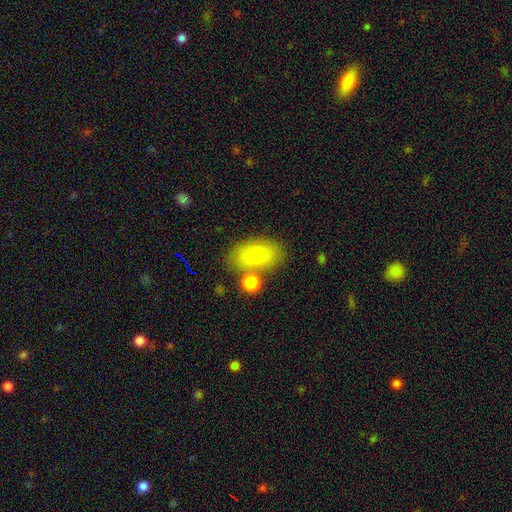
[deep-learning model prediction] smooth_or_featured: smooth (p=0.83) [alt: featured or disk p=0.09]
how_rounded: in between (p=0.90) [alt: round p=0.08]
merging: none (p=0.63) [alt: minor disturbance p=0.17]